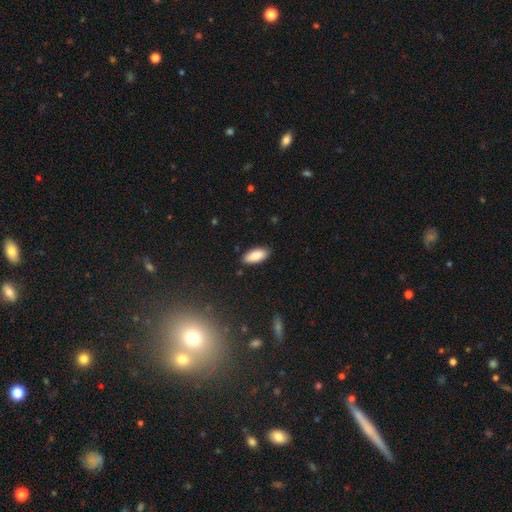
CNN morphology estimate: Smooth or featured: smooth — 86% (featured or disk — 7%)
How rounded: in between — 84% (cigar-shaped — 14%)
Merging: none — 87% (minor disturbance — 10%)